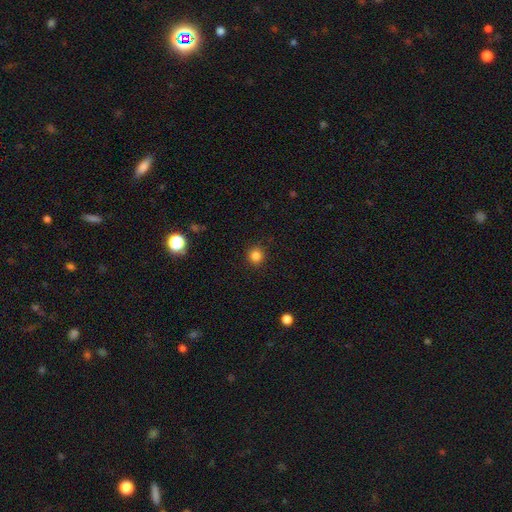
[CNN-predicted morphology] smooth-or-featured: smooth: 84% | star or artifact: 12% | featured or disk: 4%
  how-rounded: round: 93% | in between: 6% | cigar-shaped: 1%
  merging: none: 91% | minor disturbance: 6% | major disturbance: 2% | merger: 1%